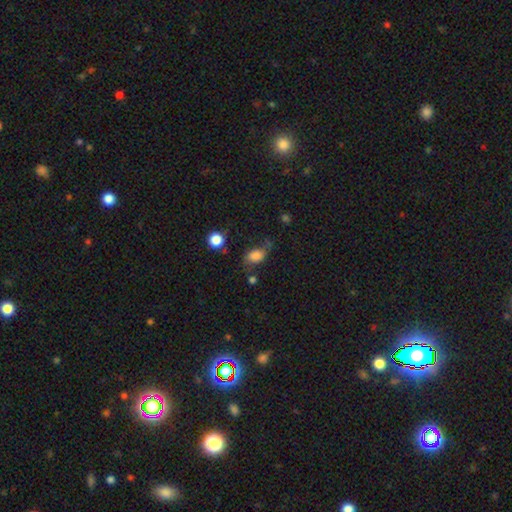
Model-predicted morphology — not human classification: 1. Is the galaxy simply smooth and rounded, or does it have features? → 67% smooth, 21% featured or disk, 12% star or artifact.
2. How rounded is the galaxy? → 76% in between, 22% round, 2% cigar-shaped.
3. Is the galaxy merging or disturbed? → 49% none, 28% minor disturbance, 17% major disturbance, 6% merger.